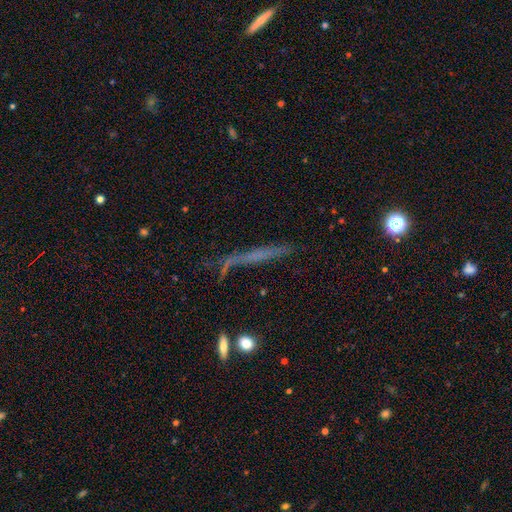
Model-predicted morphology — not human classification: Q: Smooth or featured?
A: featured or disk (45%); runner-up: smooth (41%)
Q: Merging?
A: none (68%); runner-up: minor disturbance (20%)